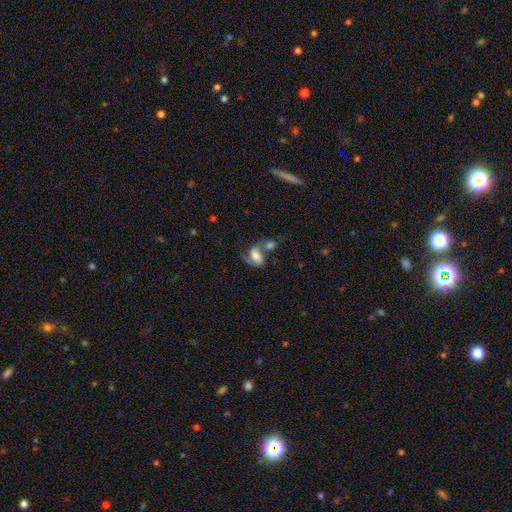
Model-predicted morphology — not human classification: The model was most divided on "bulge size": moderate: 36%, large: 35%, small: 14%, none: 10%, dominant: 6%. Remaining: edge-on disk — no (97%); spiral arms — yes (87%); spiral arm count — 2 (64%); smooth or featured — featured or disk (60%); merging — merger (51%); bar — no (47%); spiral winding — medium (44%).